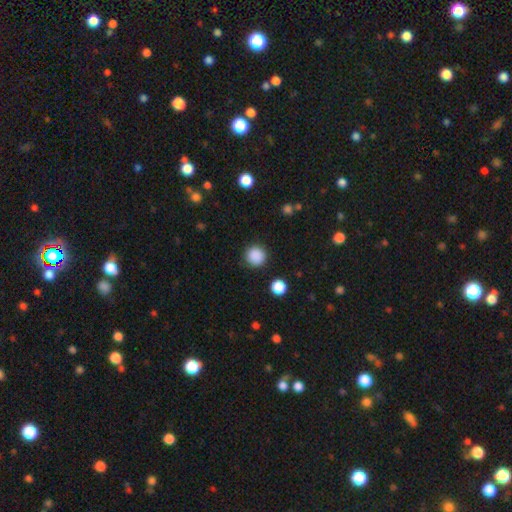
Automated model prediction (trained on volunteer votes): This appears to be a smooth galaxy with no disk features (87%) that is round (95%). Merging: none (90%).